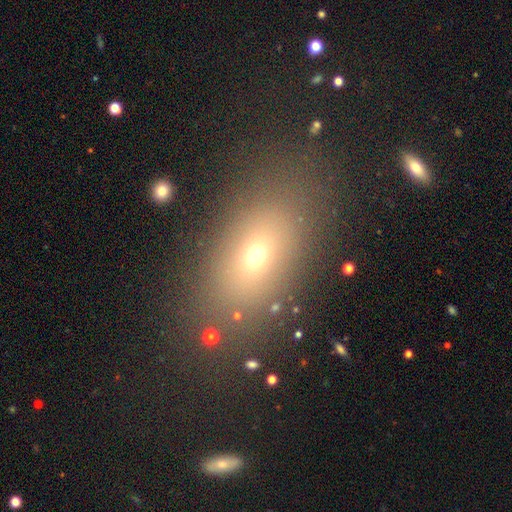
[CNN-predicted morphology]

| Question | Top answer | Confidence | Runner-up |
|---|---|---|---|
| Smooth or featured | smooth | 65% | star or artifact (20%) |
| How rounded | in between | 76% | round (19%) |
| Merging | none | 80% | minor disturbance (10%) |